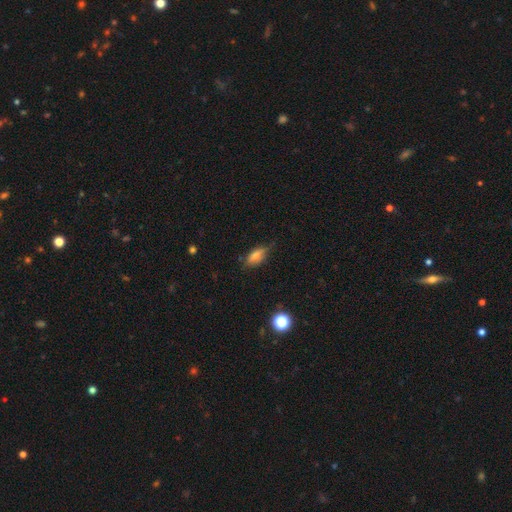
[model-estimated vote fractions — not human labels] Overall: smooth (59%; featured or disk 30%). How rounded: in between (72%). Merging: none (66%; minor disturbance 26%).